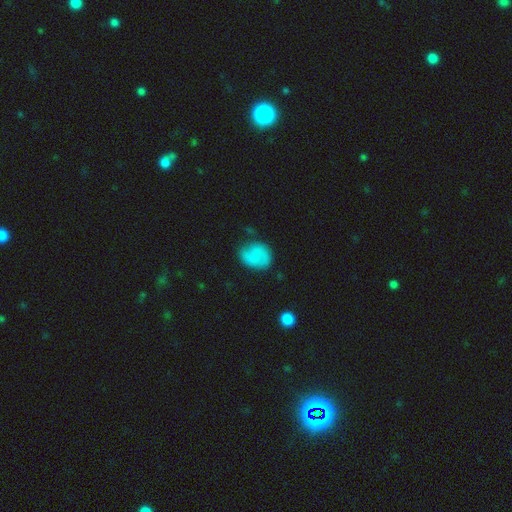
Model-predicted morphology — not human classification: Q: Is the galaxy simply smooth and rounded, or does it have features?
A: smooth — 59%.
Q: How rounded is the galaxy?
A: round — 52%.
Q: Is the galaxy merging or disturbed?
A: none — 66%.